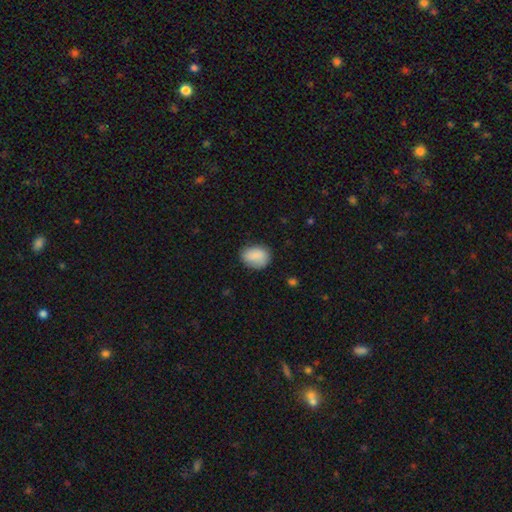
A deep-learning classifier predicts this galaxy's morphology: This is clearly a smooth galaxy (86%). How rounded: likely in between (64%). Merging: likely none (76%).